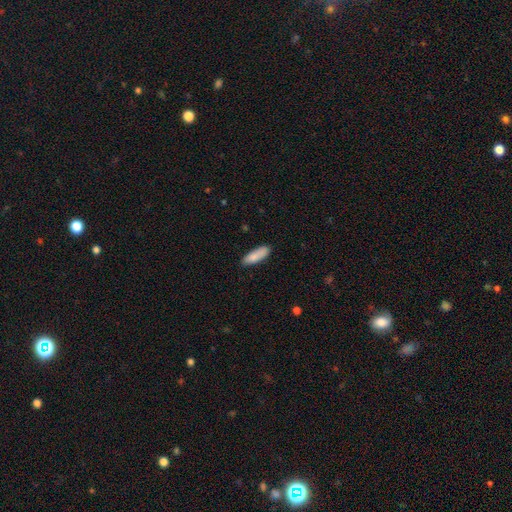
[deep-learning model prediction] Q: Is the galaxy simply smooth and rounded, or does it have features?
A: smooth — 87%.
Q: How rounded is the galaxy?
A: in between — 58%.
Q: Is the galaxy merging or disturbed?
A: none — 84%.